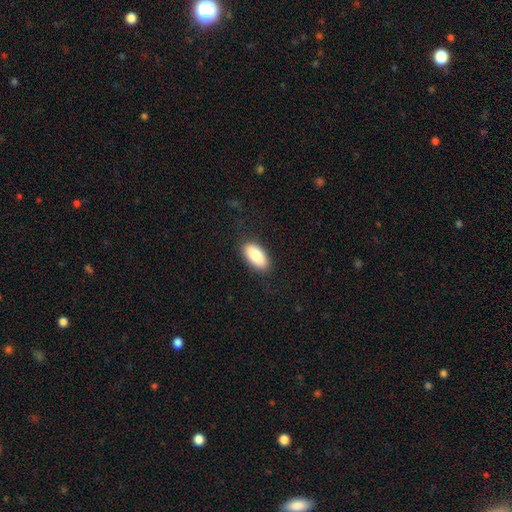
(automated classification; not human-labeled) Smooth or featured? Predicted: smooth (p=0.86). How rounded? Predicted: in between (p=0.92). Merging? Predicted: none (p=0.86).